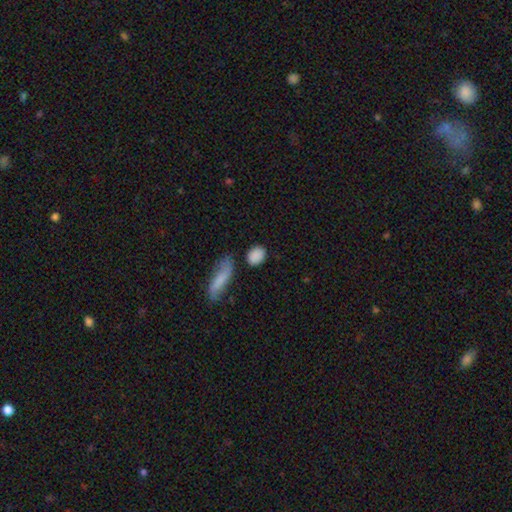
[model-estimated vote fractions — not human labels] Smooth or featured? smooth (87%)
How rounded? in between (57%)
Merging? none (74%)